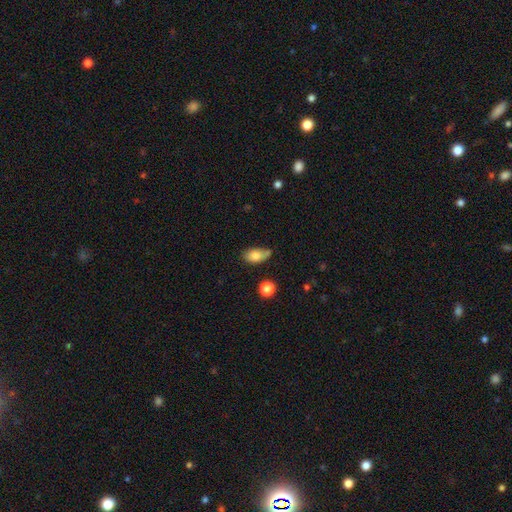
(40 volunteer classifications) Smooth or featured: smooth — 78% (star or artifact — 12%)
How rounded: in between — 97% (round — 3%)
Merging: minor disturbance — 49% (none — 34%)